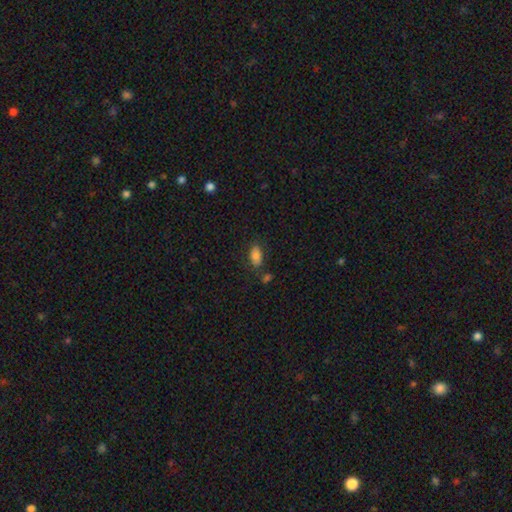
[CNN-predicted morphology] The model was most divided on "merging": none: 72%, minor disturbance: 15%, merger: 8%, major disturbance: 5%. More confident: how rounded — in between (91%); smooth or featured — smooth (82%).